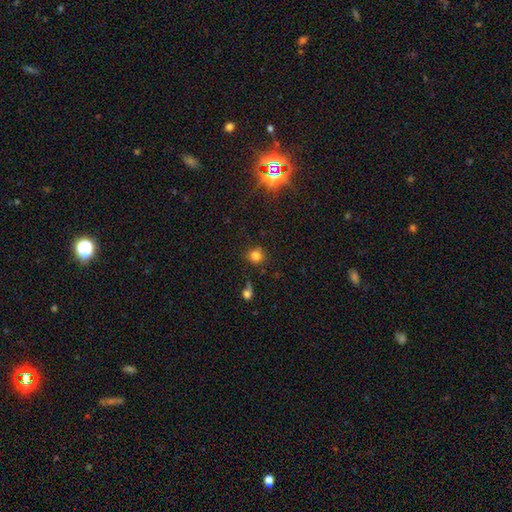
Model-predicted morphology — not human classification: Smooth or featured: smooth — 79% (star or artifact — 15%)
How rounded: round — 90% (in between — 9%)
Merging: none — 79% (minor disturbance — 11%)